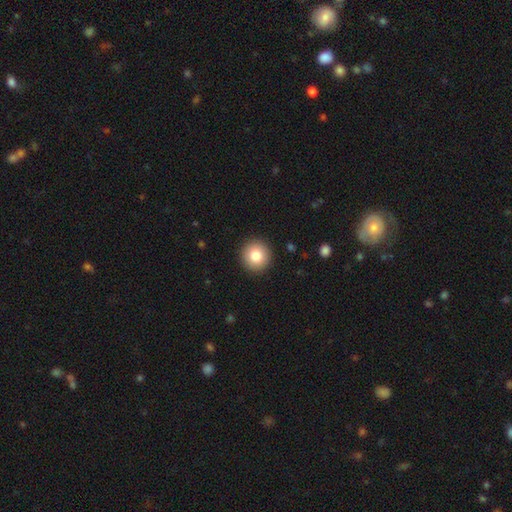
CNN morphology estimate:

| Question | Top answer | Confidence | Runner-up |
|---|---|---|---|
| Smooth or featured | smooth | 82% | star or artifact (9%) |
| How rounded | round | 94% | in between (5%) |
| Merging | none | 93% | minor disturbance (5%) |